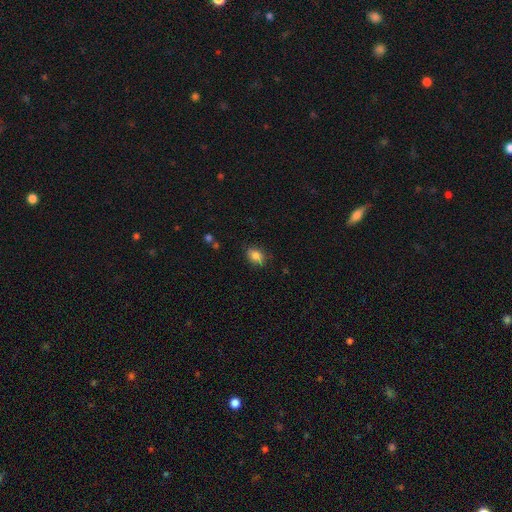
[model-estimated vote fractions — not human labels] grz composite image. It shows a smooth galaxy with no disk features (86%) that is in between round and cigar-shaped (77%). Merging: none (78%).